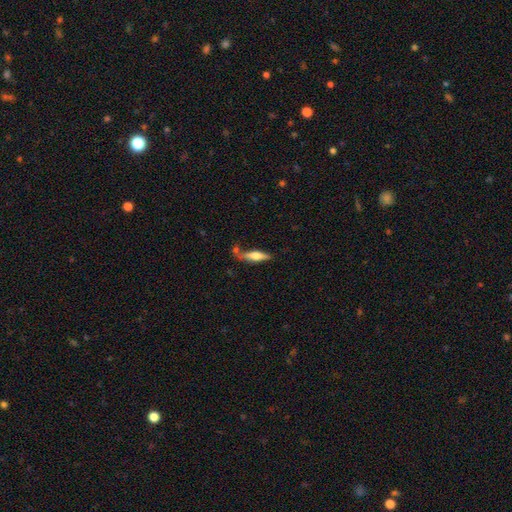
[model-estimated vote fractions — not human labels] smooth 52%, featured or disk 42%, star or artifact 6%. Down the decision tree: how rounded — cigar-shaped (67%); merging — none (63%).